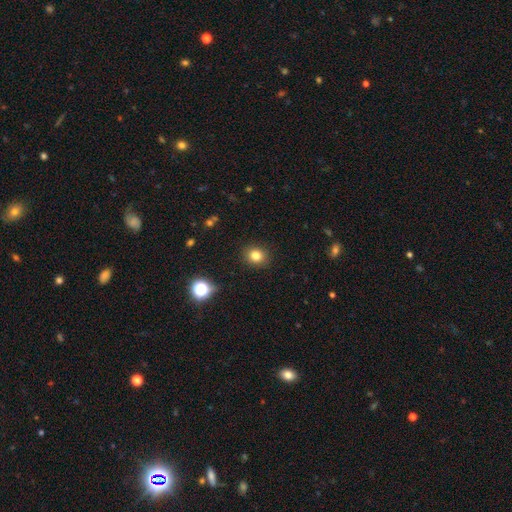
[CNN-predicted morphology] Smooth or featured?
  - smooth: 80% *
  - star or artifact: 14%
  - featured or disk: 6%
How rounded?
  - round: 75% *
  - in between: 24%
  - cigar-shaped: 1%
Merging?
  - none: 90% *
  - minor disturbance: 7%
  - major disturbance: 2%
  - merger: 1%